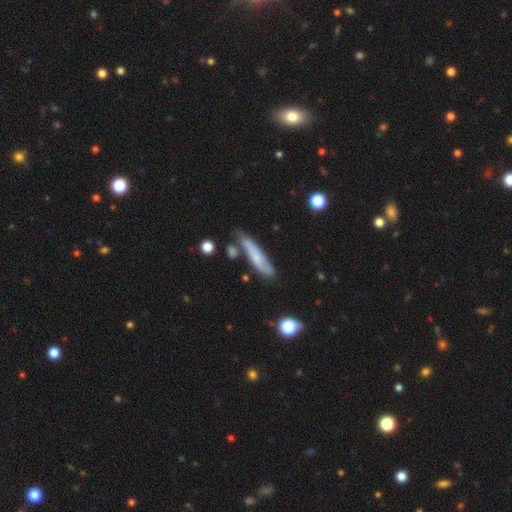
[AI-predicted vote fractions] This is possibly a smooth galaxy (53%). How rounded: clearly cigar-shaped (82%). Merging: likely none (63%).